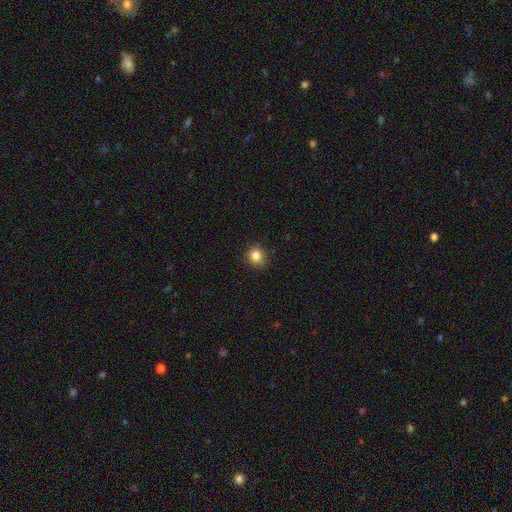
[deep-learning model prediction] Morphology: type=smooth (84%); roundness=round (83%); merging=none (84%).